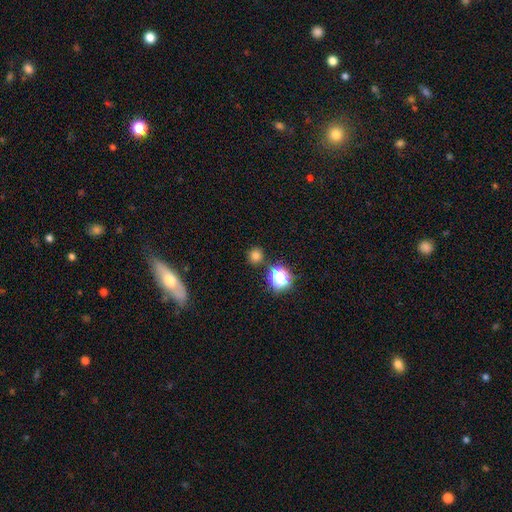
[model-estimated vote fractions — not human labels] Smooth or featured: smooth — 74% (star or artifact — 21%)
How rounded: round — 92% (in between — 7%)
Merging: none — 85% (minor disturbance — 7%)